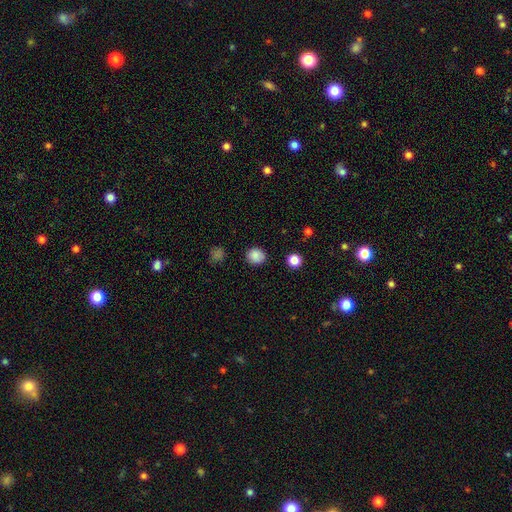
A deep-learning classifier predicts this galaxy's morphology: type=smooth (86%); roundness=round (82%); merging=none (88%).